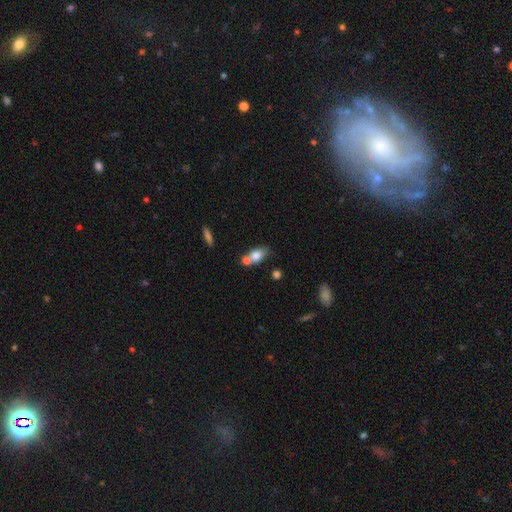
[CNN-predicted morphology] A smooth galaxy with no disk features (75%) that is in between round and cigar-shaped (73%).

Vote fractions:
- Smooth or featured? smooth: 75% / featured or disk: 17% / star or artifact: 9%
- How rounded? in between: 73% / round: 21% / cigar-shaped: 7%
- Merging? merger: 43% / none: 40% / minor disturbance: 12% / major disturbance: 5%